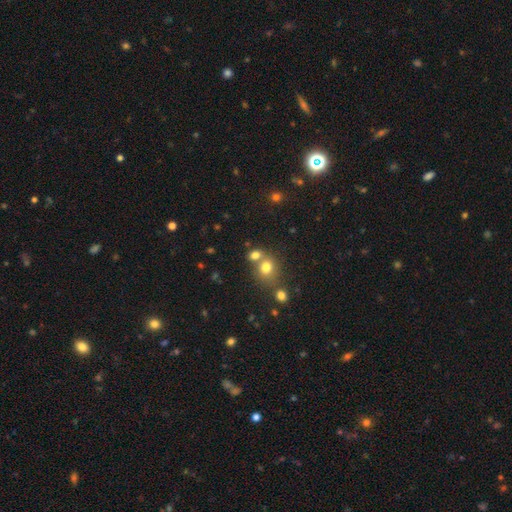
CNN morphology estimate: Smooth or featured? Predicted: smooth (p=0.76). How rounded? Predicted: round (p=0.58). Merging? Predicted: none (p=0.45).